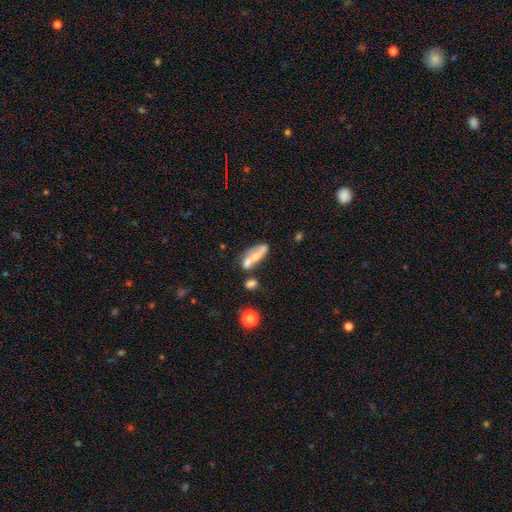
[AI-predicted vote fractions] This appears to be a featured or disk galaxy (52%). Merging: none (40%).